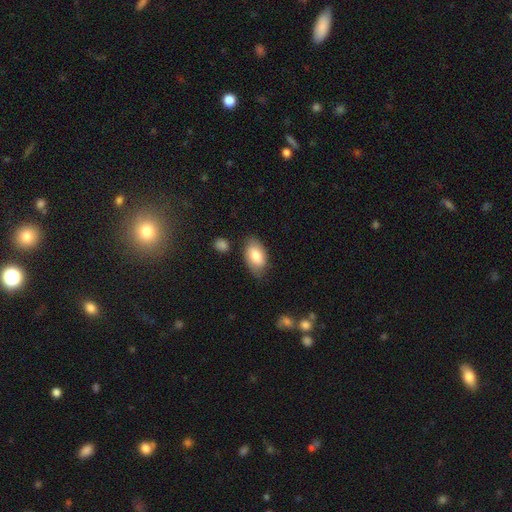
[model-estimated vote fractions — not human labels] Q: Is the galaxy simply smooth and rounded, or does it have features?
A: smooth — 76%.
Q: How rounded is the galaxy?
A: in between — 93%.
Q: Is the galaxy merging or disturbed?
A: none — 74%.